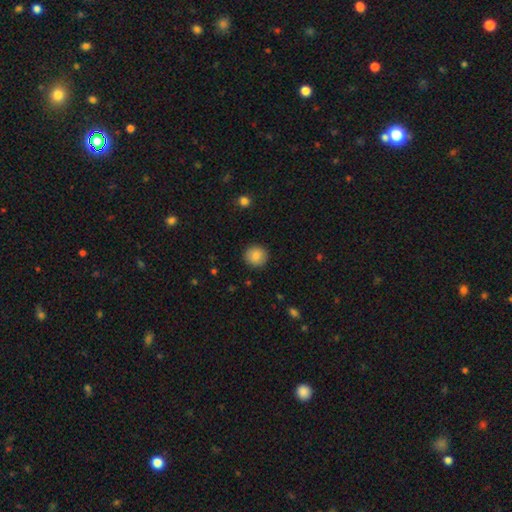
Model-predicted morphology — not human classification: The model was most divided on "smooth or featured": smooth: 86%, star or artifact: 8%, featured or disk: 6%. More confident: how rounded — round (92%); merging — none (90%).